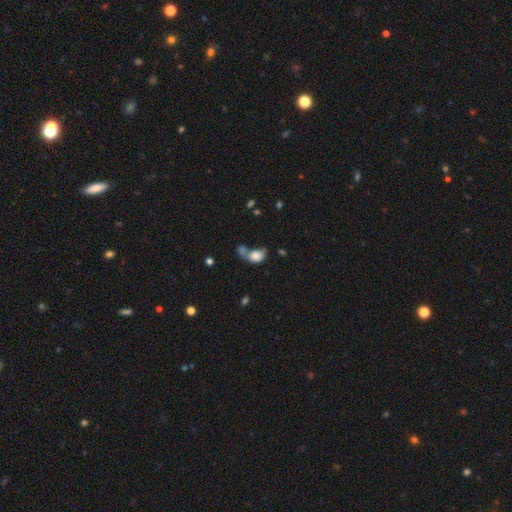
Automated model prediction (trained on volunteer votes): This is clearly a smooth galaxy (81%). How rounded: likely in between (73%). Merging: possibly merger (49%).